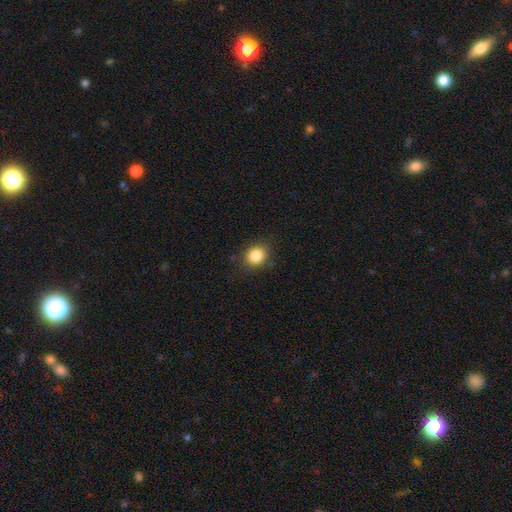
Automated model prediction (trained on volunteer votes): Smooth or featured: smooth — 84% (star or artifact — 10%)
How rounded: round — 58% (in between — 42%)
Merging: none — 85% (minor disturbance — 11%)